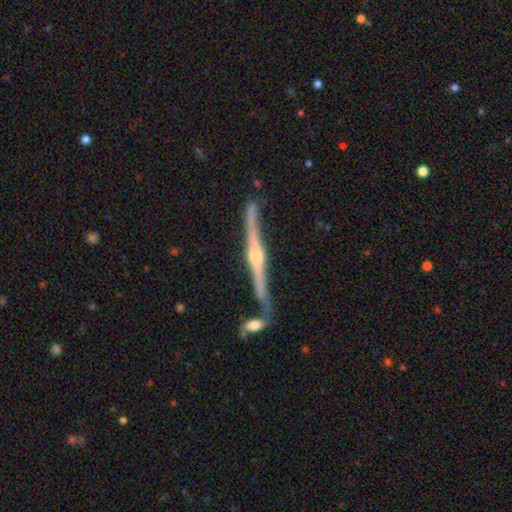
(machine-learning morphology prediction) A featured or disk galaxy (88%) viewed edge-on (98%) with a rounded central bulge (82%). Merging: none (74%).